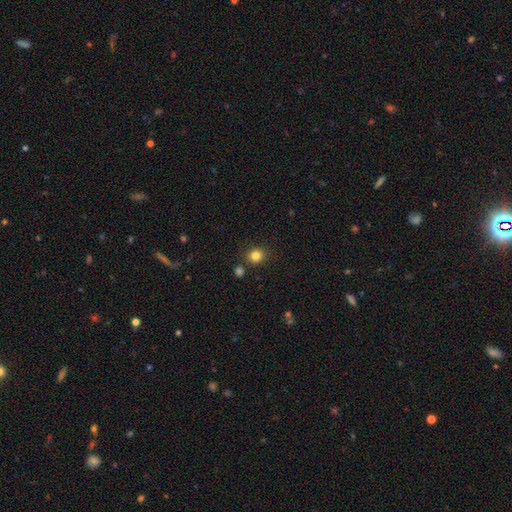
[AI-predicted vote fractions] A smooth galaxy with no disk features (83%) that is round (84%).

Vote fractions:
- Smooth or featured? smooth: 83% / star or artifact: 13% / featured or disk: 5%
- How rounded? round: 84% / in between: 15% / cigar-shaped: 1%
- Merging? none: 84% / minor disturbance: 8% / merger: 5% / major disturbance: 3%